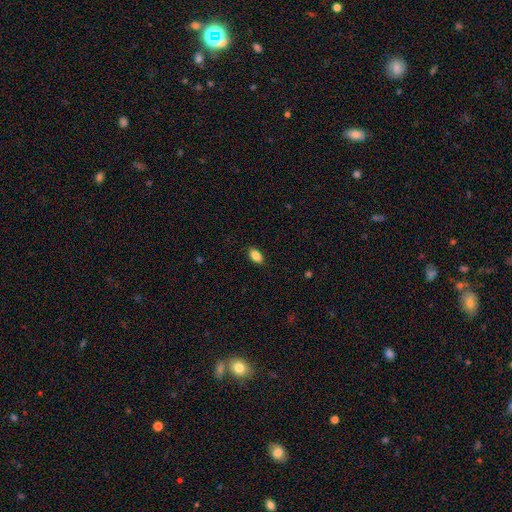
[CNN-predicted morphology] Smooth or featured? smooth (85%)
How rounded? in between (91%)
Merging? none (88%)